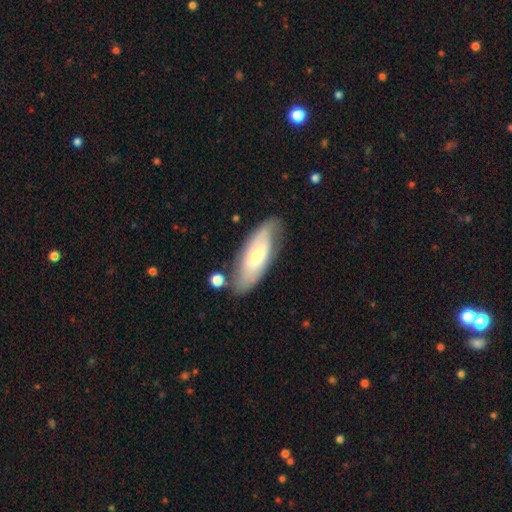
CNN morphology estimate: The model was most divided on "smooth or featured": smooth: 51%, featured or disk: 43%, star or artifact: 6%. More confident: merging — none (71%); how rounded — in between (68%).